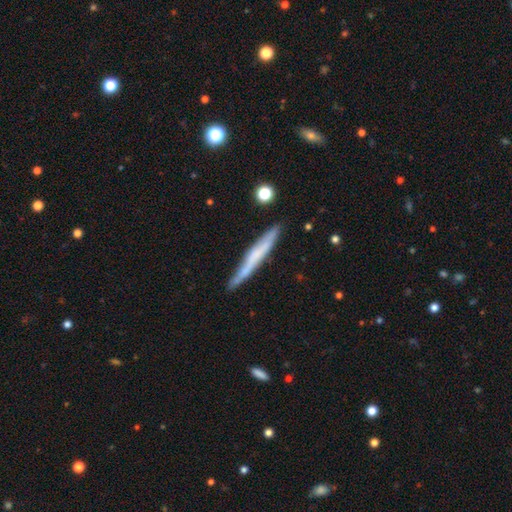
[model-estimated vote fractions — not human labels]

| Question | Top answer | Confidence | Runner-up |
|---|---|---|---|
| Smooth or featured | featured or disk | 51% | smooth (42%) |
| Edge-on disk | yes | 93% | no (7%) |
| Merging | none | 81% | minor disturbance (14%) |